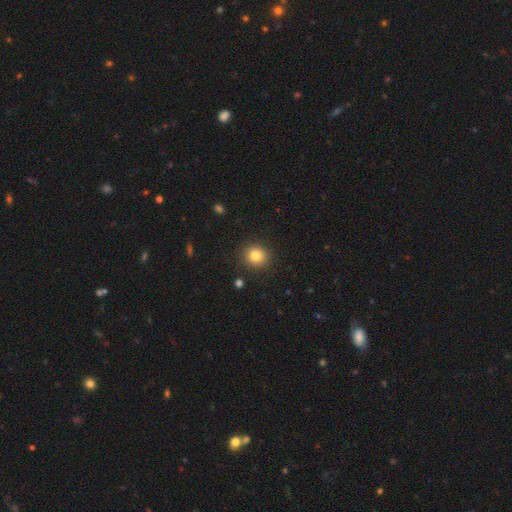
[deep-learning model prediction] Smooth or featured?
  - smooth: 81% *
  - star or artifact: 12%
  - featured or disk: 7%
How rounded?
  - round: 86% *
  - in between: 14%
  - cigar-shaped: 1%
Merging?
  - none: 90% *
  - minor disturbance: 6%
  - major disturbance: 2%
  - merger: 1%